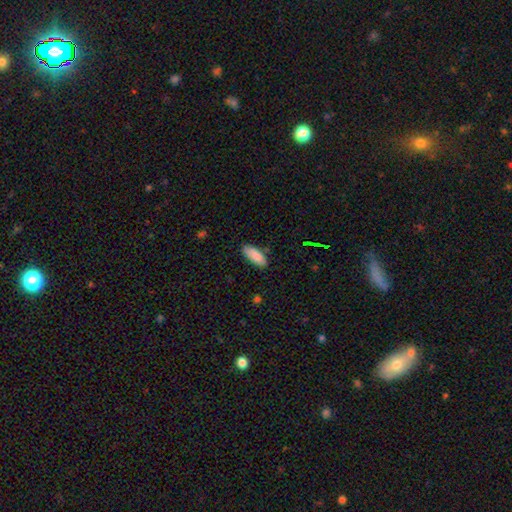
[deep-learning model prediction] Smooth or featured? Predicted: smooth (p=0.88). How rounded? Predicted: in between (p=0.78). Merging? Predicted: none (p=0.80).